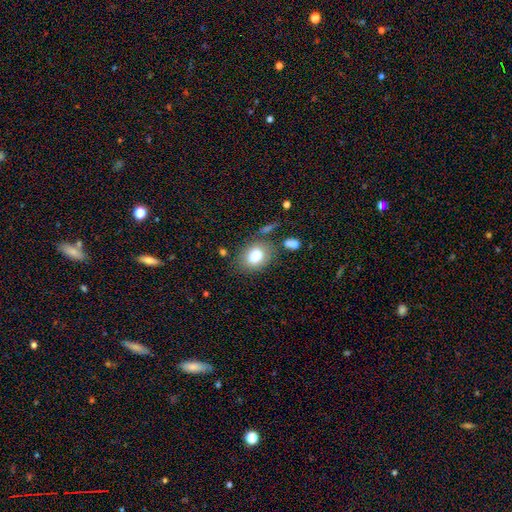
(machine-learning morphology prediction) smooth 81%, featured or disk 11%, star or artifact 9%. Down the decision tree: how rounded — in between (61%); merging — none (67%).